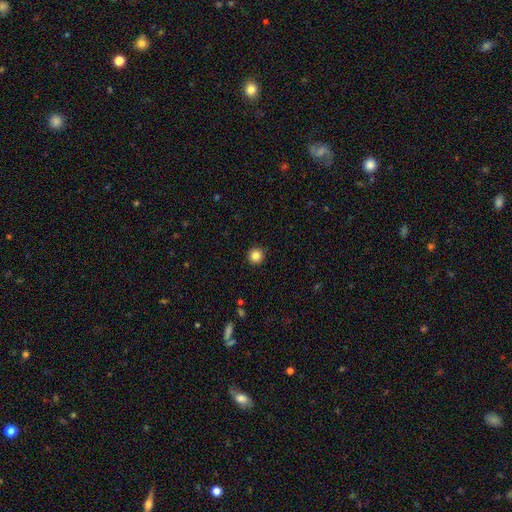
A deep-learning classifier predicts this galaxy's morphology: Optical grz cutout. It shows a smooth galaxy with no disk features (84%) that is round (96%). Merging: none (93%).